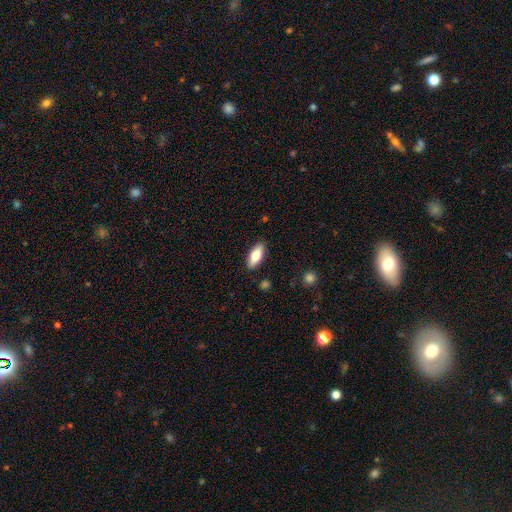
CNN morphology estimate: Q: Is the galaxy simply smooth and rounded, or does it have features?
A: smooth — 74%.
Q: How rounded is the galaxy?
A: in between — 79%.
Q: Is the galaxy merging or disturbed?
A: none — 88%.